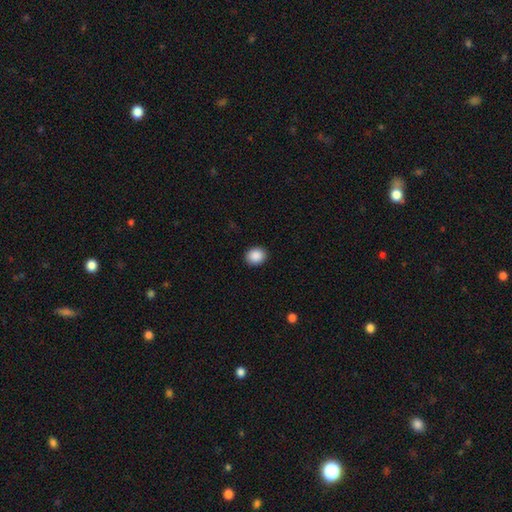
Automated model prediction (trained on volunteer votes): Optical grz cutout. It shows a smooth galaxy with no disk features (90%) that is round (66%). Merging: none (91%).